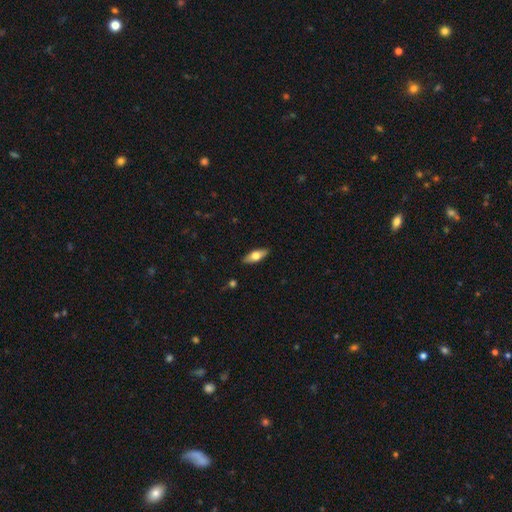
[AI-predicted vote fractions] Morphology: type=smooth (60%); roundness=in between (69%); merging=none (88%).